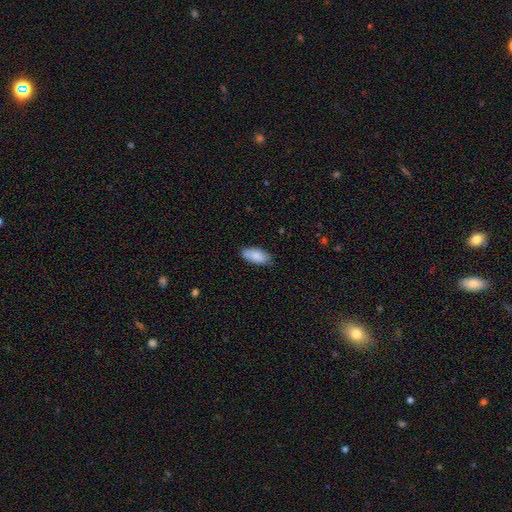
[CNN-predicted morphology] Q: Smooth or featured?
A: smooth (86%); runner-up: featured or disk (8%)
Q: How rounded?
A: in between (89%); runner-up: cigar-shaped (9%)
Q: Merging?
A: none (81%); runner-up: minor disturbance (15%)